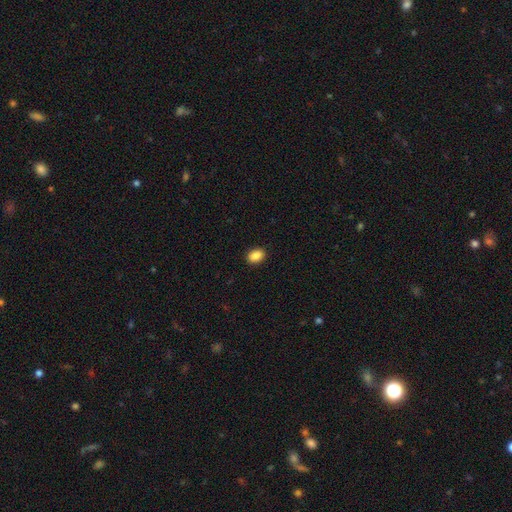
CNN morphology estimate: This appears to be a smooth galaxy with no disk features (88%) that is in between round and cigar-shaped (77%). Merging: none (91%).